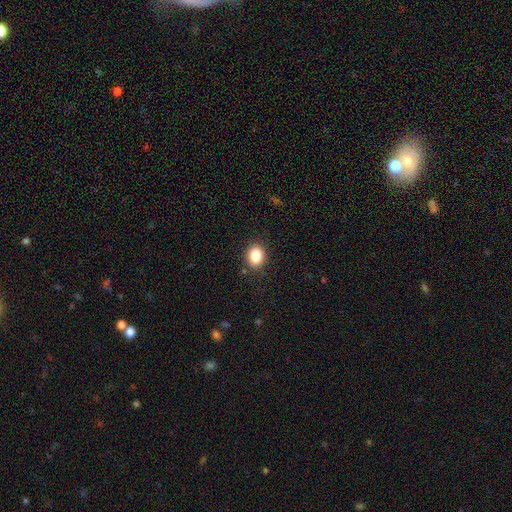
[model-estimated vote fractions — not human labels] Smooth or featured?
  - smooth: 86% *
  - star or artifact: 9%
  - featured or disk: 5%
How rounded?
  - round: 51% *
  - in between: 48%
  - cigar-shaped: 1%
Merging?
  - none: 87% *
  - minor disturbance: 9%
  - major disturbance: 3%
  - merger: 1%